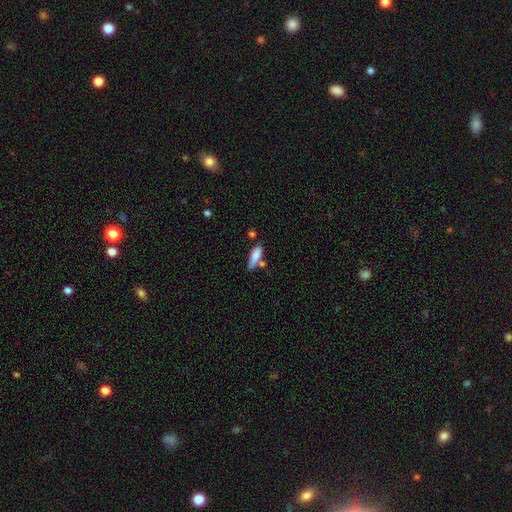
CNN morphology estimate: Overall: smooth (82%). How rounded: in between (55%; cigar-shaped 42%). Merging: none (55%; minor disturbance 22%).